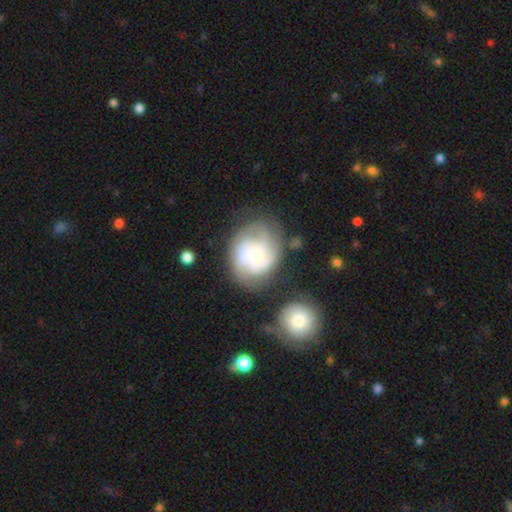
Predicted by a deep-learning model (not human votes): Q: Smooth or featured?
A: featured or disk (73%); runner-up: smooth (20%)
Q: Edge-on disk?
A: no (98%); runner-up: yes (2%)
Q: Bar?
A: no (70%); runner-up: weak (27%)
Q: Spiral arms?
A: yes (92%); runner-up: no (8%)
Q: Spiral winding?
A: tight (47%); runner-up: medium (40%)
Q: Spiral arm count?
A: 3 (35%); runner-up: can't tell (25%)
Q: Bulge size?
A: small (61%); runner-up: moderate (30%)
Q: Merging?
A: none (62%); runner-up: minor disturbance (19%)